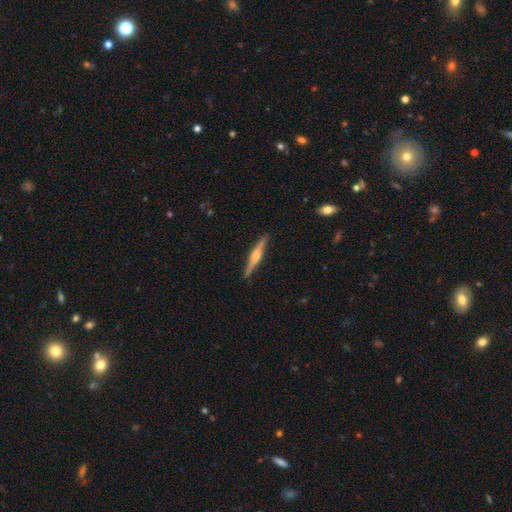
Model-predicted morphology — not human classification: Q: Smooth or featured?
A: featured or disk (71%); runner-up: smooth (23%)
Q: Edge-on disk?
A: yes (98%); runner-up: no (2%)
Q: Edge-on bulge?
A: rounded (81%); runner-up: boxy (14%)
Q: Merging?
A: none (89%); runner-up: minor disturbance (8%)